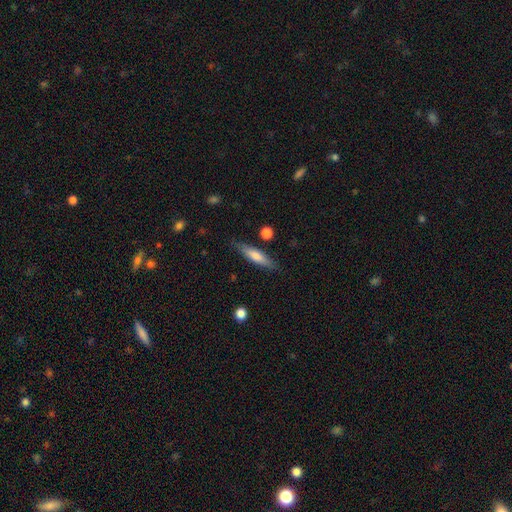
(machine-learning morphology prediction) smooth-or-featured: smooth: 63% | featured or disk: 31% | star or artifact: 6%
  how-rounded: cigar-shaped: 82% | in between: 17% | round: 2%
  merging: none: 83% | minor disturbance: 12% | major disturbance: 3% | merger: 2%